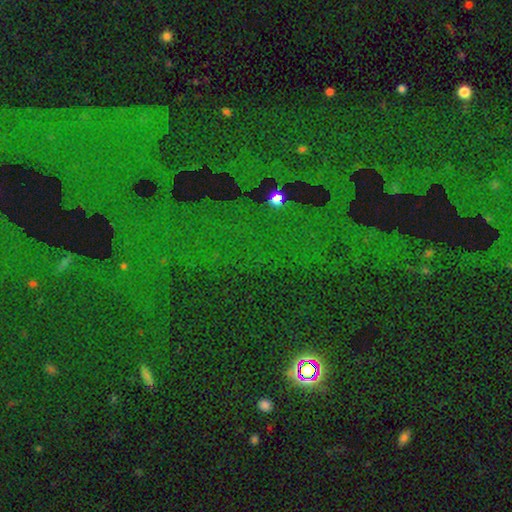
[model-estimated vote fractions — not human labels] smooth_or_featured: star or artifact (p=0.80) [alt: smooth p=0.12]